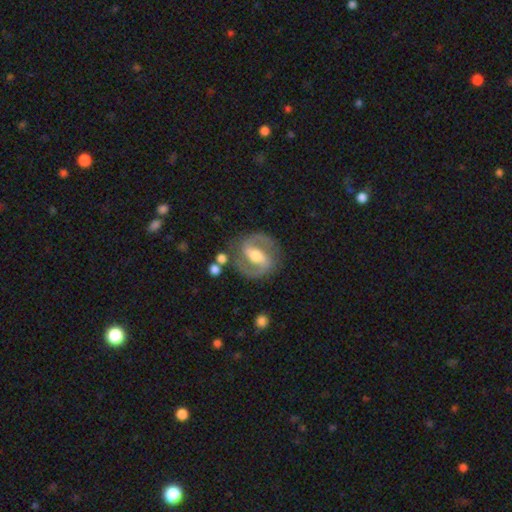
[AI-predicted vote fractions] This is clearly a featured or disk galaxy (87%). It is clearly not viewed edge-on (97%). Bar: possibly strong (53%). Spiral arm pattern: clearly yes (94%). Spiral arm count: clearly 2 (93%). Spiral winding: possibly medium (60%). Central bulge: likely moderate (67%). Merging: clearly none (81%).